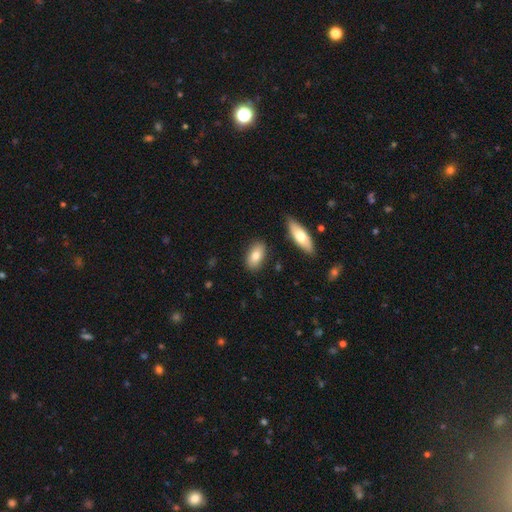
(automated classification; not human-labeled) The model was most divided on "smooth or featured": smooth: 80%, featured or disk: 14%, star or artifact: 6%. More confident: how rounded — in between (90%); merging — none (84%).